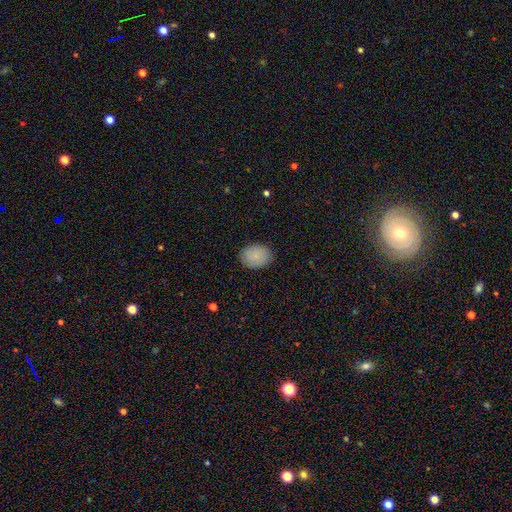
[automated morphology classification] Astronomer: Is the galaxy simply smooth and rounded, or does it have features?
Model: smooth — 86%.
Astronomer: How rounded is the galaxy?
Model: in between — 69%.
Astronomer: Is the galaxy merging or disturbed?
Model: none — 87%.